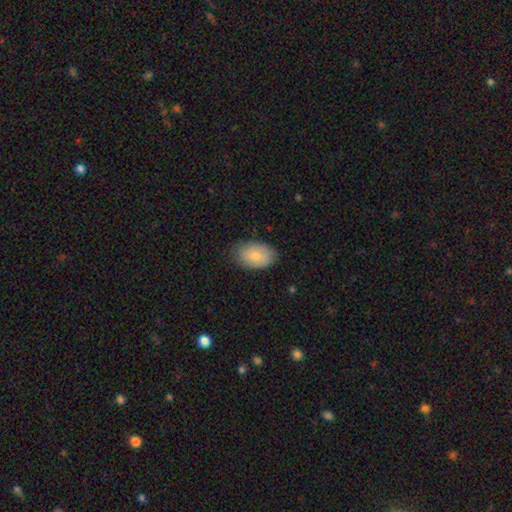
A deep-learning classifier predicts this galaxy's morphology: Overall: smooth (77%). How rounded: in between (89%). Merging: none (80%).